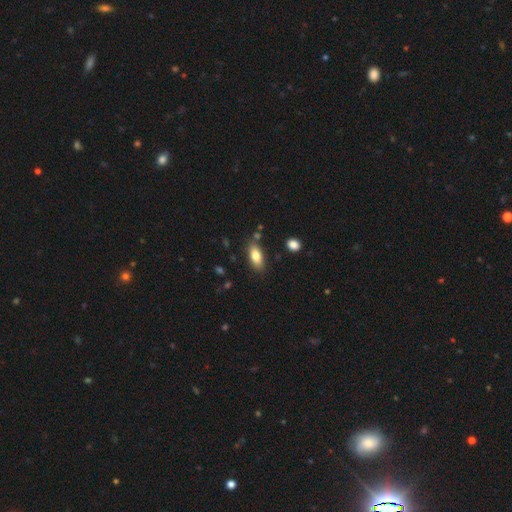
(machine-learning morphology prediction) The model was most divided on "merging": none: 80%, minor disturbance: 13%, merger: 4%, major disturbance: 3%. More confident: how rounded — in between (86%); smooth or featured — smooth (81%).